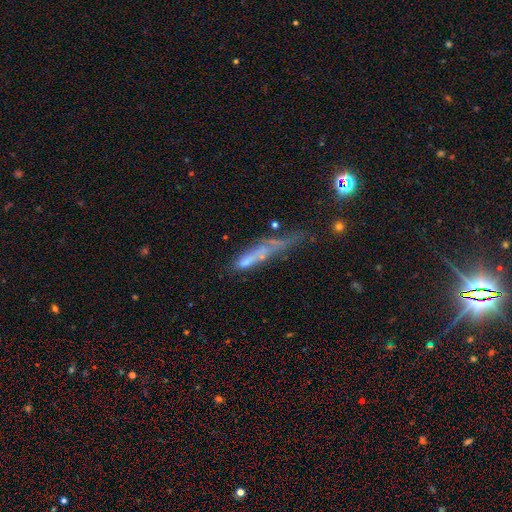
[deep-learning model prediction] Smooth or featured? Predicted: featured or disk (p=0.42). Merging? Predicted: none (p=0.31).